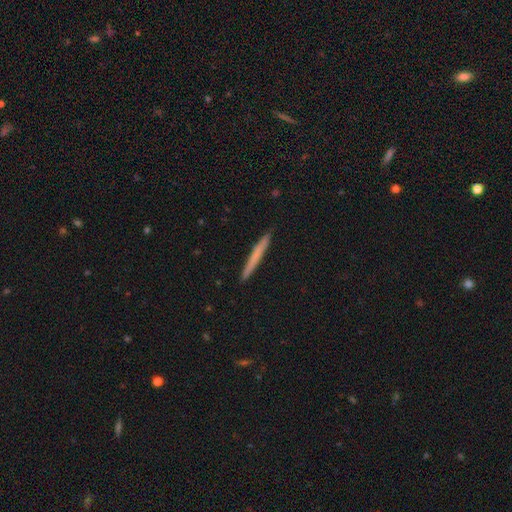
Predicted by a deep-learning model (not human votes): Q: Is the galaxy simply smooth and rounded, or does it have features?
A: smooth — 65%.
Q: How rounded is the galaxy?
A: cigar-shaped — 97%.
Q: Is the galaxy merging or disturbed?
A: none — 92%.